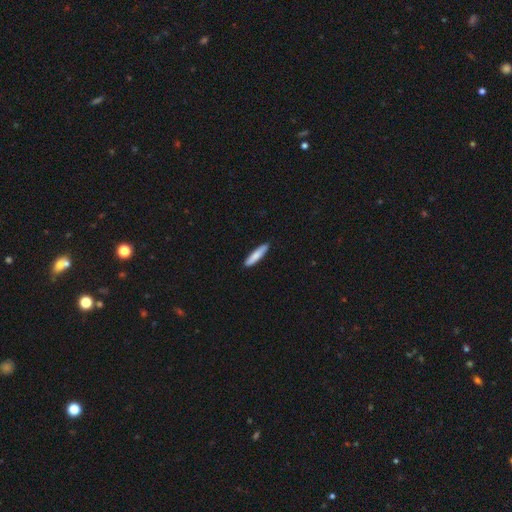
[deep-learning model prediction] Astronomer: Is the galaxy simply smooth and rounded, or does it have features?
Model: smooth — 80%.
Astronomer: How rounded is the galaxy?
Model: cigar-shaped — 84%.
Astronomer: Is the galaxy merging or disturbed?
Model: none — 89%.